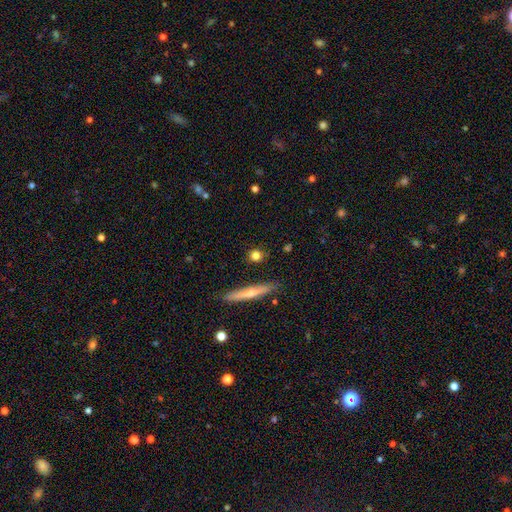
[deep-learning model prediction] Smooth or featured: smooth — 75% (featured or disk — 16%)
How rounded: round — 60% (cigar-shaped — 25%)
Merging: none — 85% (minor disturbance — 10%)